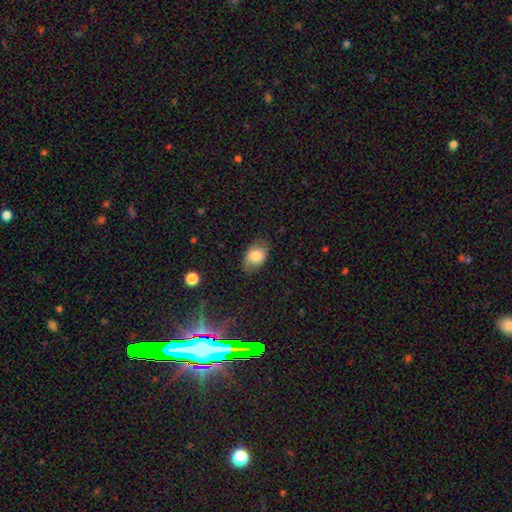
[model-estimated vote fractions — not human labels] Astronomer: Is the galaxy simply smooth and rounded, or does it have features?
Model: smooth — 82%.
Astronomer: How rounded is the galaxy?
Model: in between — 83%.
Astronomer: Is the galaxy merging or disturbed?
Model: none — 75%.